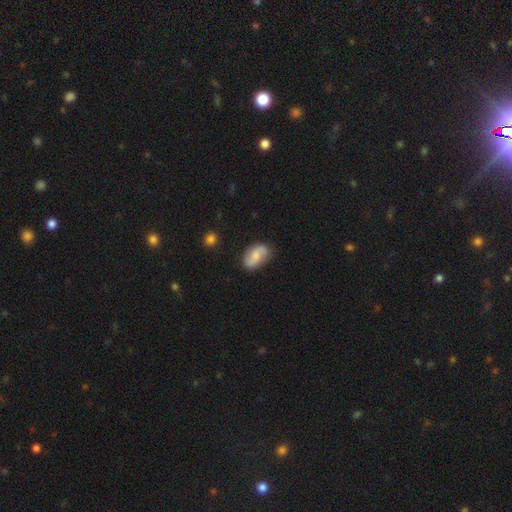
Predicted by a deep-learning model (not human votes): Smooth or featured? Predicted: featured or disk (p=0.48). Merging? Predicted: none (p=0.77).